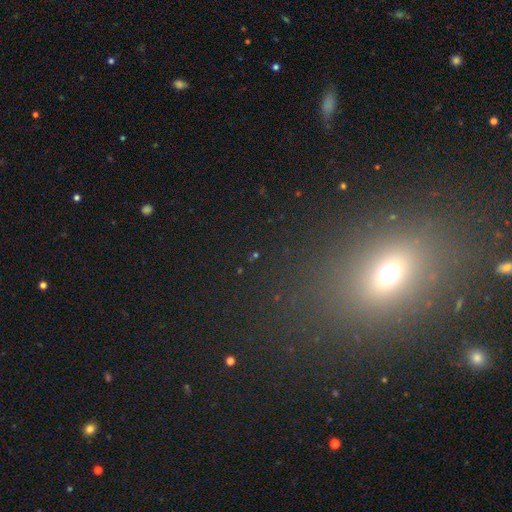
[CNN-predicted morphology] Smooth or featured? star or artifact (66%)